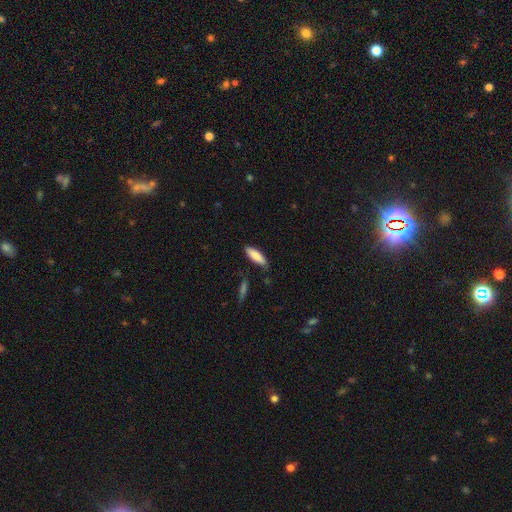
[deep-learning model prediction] Smooth or featured?
  - smooth: 83% *
  - featured or disk: 11%
  - star or artifact: 6%
How rounded?
  - cigar-shaped: 50% *
  - in between: 49%
  - round: 2%
Merging?
  - none: 82% *
  - minor disturbance: 13%
  - merger: 2%
  - major disturbance: 2%